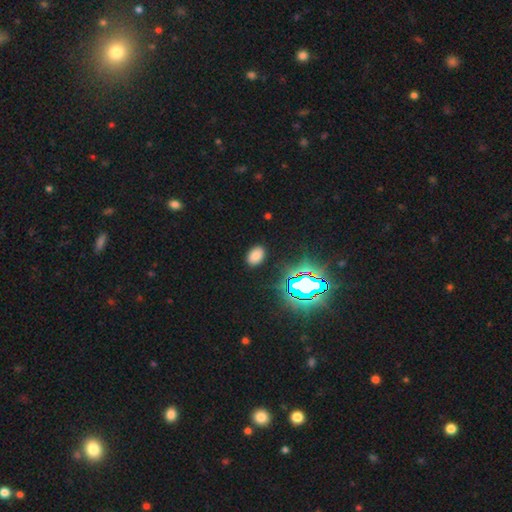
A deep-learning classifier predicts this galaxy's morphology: smooth 72%, star or artifact 22%, featured or disk 6%. Down the decision tree: how rounded — in between (86%); merging — none (87%).